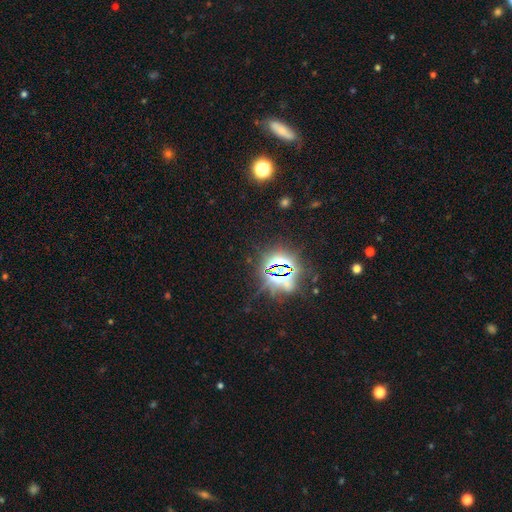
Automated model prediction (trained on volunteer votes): Overall: star or artifact (79%).